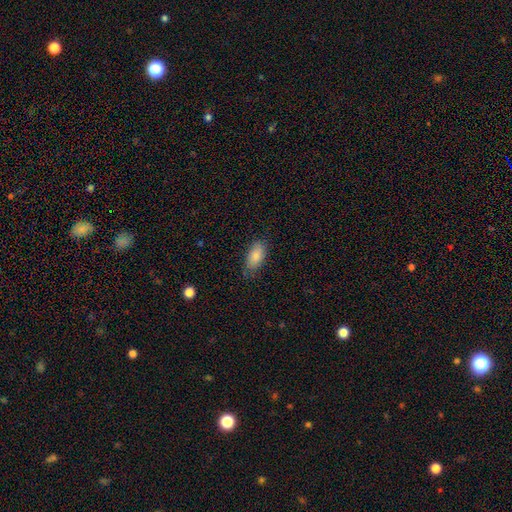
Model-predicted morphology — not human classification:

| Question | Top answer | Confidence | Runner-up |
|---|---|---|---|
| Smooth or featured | smooth | 85% | featured or disk (9%) |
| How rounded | in between | 92% | cigar-shaped (6%) |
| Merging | none | 75% | minor disturbance (20%) |